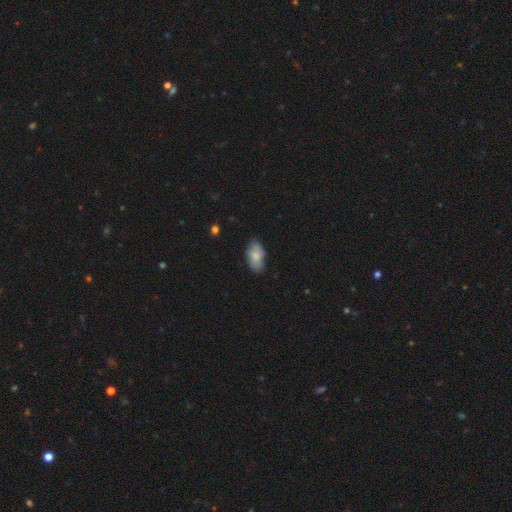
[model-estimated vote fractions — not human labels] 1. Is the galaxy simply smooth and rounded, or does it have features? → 80% smooth, 13% featured or disk, 6% star or artifact.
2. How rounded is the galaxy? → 94% in between, 3% round, 3% cigar-shaped.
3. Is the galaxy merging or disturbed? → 77% none, 18% minor disturbance, 3% major disturbance, 1% merger.